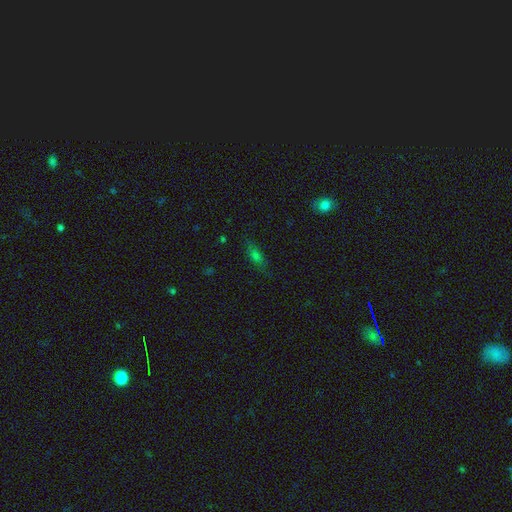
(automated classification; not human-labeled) A smooth galaxy with no disk features (55%) that is in between round and cigar-shaped (51%). Merging: none (77%).